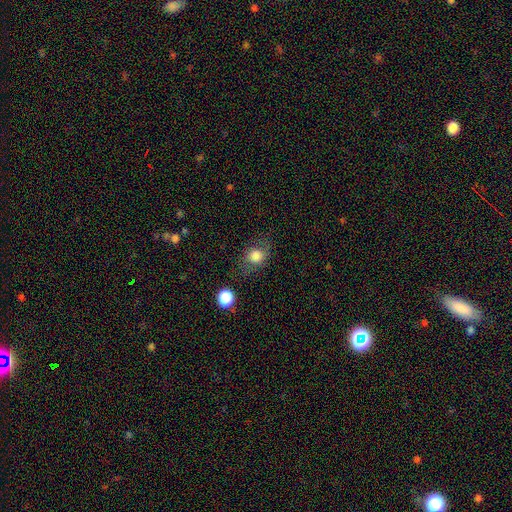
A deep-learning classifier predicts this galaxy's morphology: Smooth or featured? Predicted: smooth (p=0.74). How rounded? Predicted: round (p=0.63). Merging? Predicted: none (p=0.63).